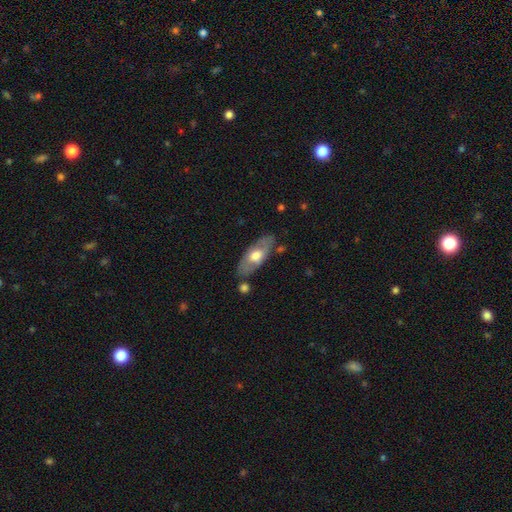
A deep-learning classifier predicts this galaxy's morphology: Q: Smooth or featured?
A: smooth (52%); runner-up: featured or disk (43%)
Q: How rounded?
A: in between (79%); runner-up: cigar-shaped (18%)
Q: Merging?
A: none (76%); runner-up: minor disturbance (15%)